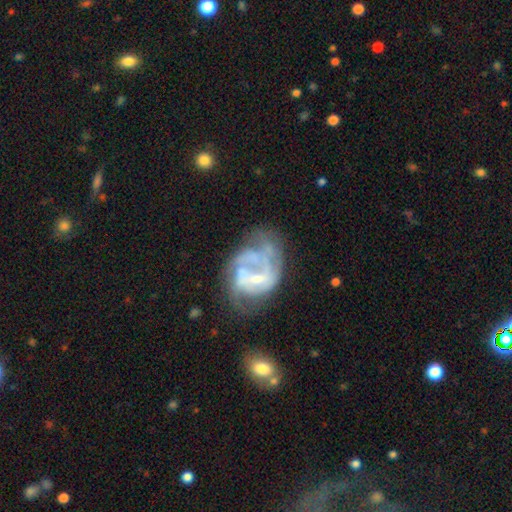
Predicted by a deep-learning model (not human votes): Q: Smooth or featured?
A: featured or disk (75%); runner-up: smooth (16%)
Q: Edge-on disk?
A: no (98%); runner-up: yes (2%)
Q: Bar?
A: no (47%); runner-up: weak (40%)
Q: Spiral arms?
A: yes (63%); runner-up: no (37%)
Q: Bulge size?
A: small (47%); runner-up: moderate (26%)
Q: Merging?
A: major disturbance (38%); runner-up: none (31%)